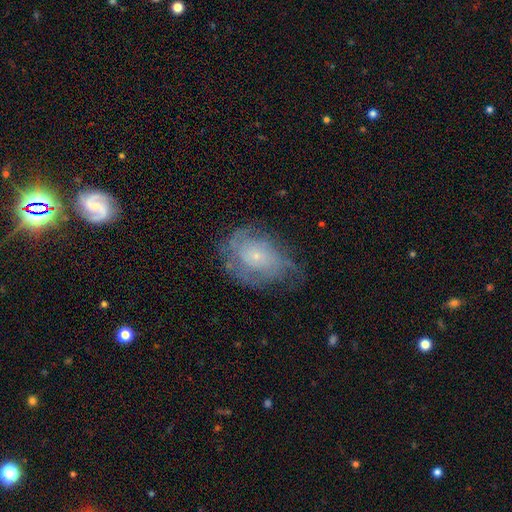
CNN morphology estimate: smooth_or_featured: featured or disk (p=0.67) [alt: smooth p=0.24]
disk_edge_on: no (p=0.96) [alt: yes p=0.04]
bar: no (p=0.80) [alt: weak p=0.17]
has_spiral_arms: yes (p=0.81) [alt: no p=0.19]
spiral_winding: tight (p=0.55) [alt: medium p=0.31]
spiral_arm_count: can't tell (p=0.52) [alt: 2 p=0.19]
bulge_size: small (p=0.79) [alt: moderate p=0.14]
merging: none (p=0.60) [alt: minor disturbance p=0.24]